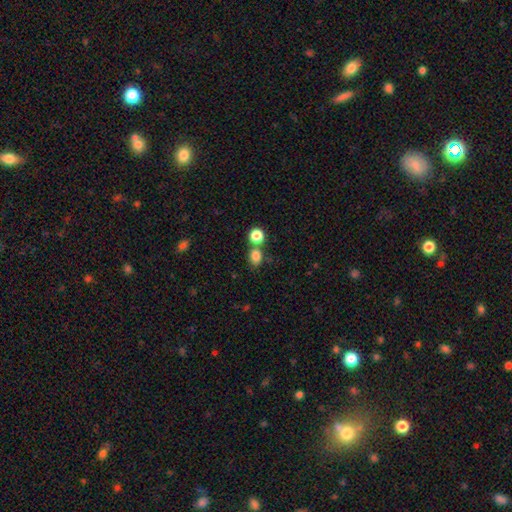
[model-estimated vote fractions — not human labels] smooth 82%, star or artifact 13%, featured or disk 6%. Down the decision tree: how rounded — round (56%); merging — none (58%).